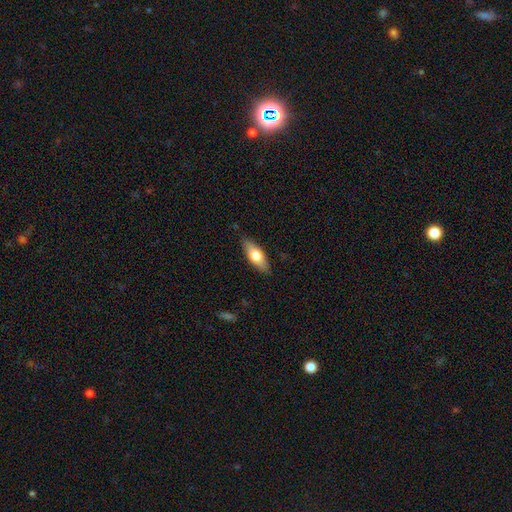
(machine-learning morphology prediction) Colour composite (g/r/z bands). It shows a smooth galaxy with no disk features (67%) that is in between round and cigar-shaped (67%). Merging: none (86%).